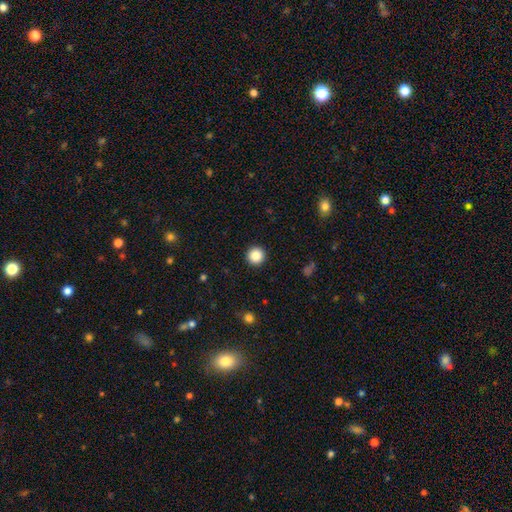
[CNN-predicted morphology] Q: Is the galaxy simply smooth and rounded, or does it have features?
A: smooth — 87%.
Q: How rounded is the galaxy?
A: round — 96%.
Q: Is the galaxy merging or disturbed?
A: none — 93%.